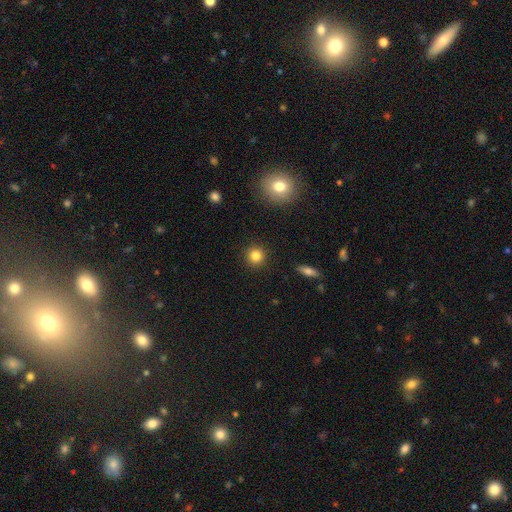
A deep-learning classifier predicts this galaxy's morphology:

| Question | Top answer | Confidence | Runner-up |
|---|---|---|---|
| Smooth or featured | smooth | 84% | star or artifact (11%) |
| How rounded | round | 93% | in between (6%) |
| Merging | none | 92% | minor disturbance (5%) |